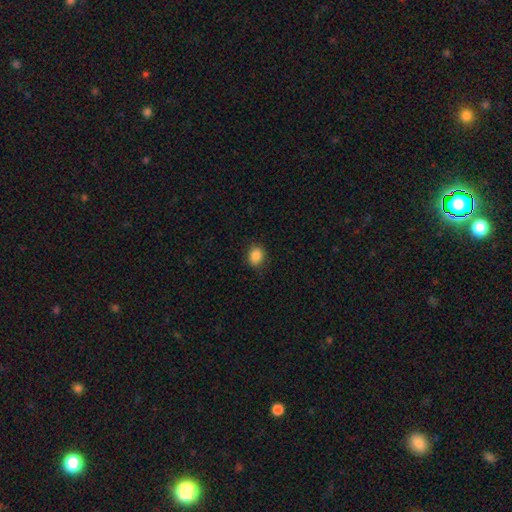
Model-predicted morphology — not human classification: smooth_or_featured: smooth (p=0.86) [alt: star or artifact p=0.10]
how_rounded: round (p=0.53) [alt: in between p=0.46]
merging: none (p=0.86) [alt: minor disturbance p=0.10]